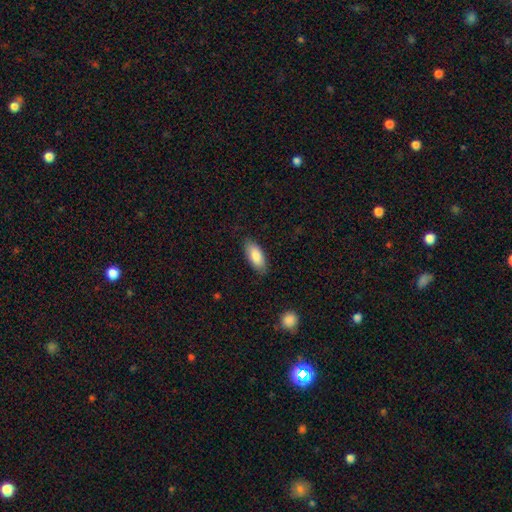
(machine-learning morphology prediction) Smooth or featured? smooth (85%)
How rounded? in between (87%)
Merging? none (83%)